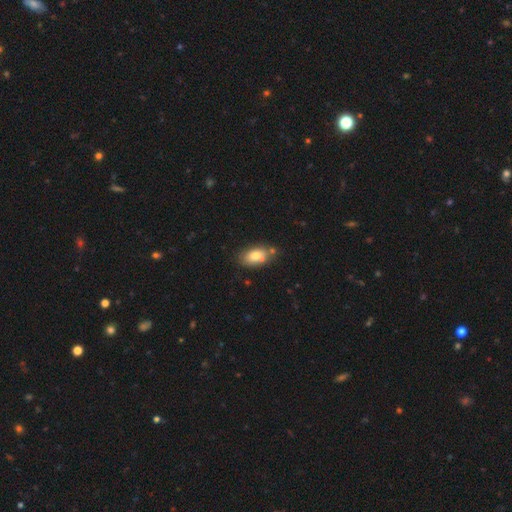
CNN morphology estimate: Smooth or featured: smooth — 77% (featured or disk — 15%)
How rounded: in between — 90% (round — 7%)
Merging: none — 62% (minor disturbance — 18%)